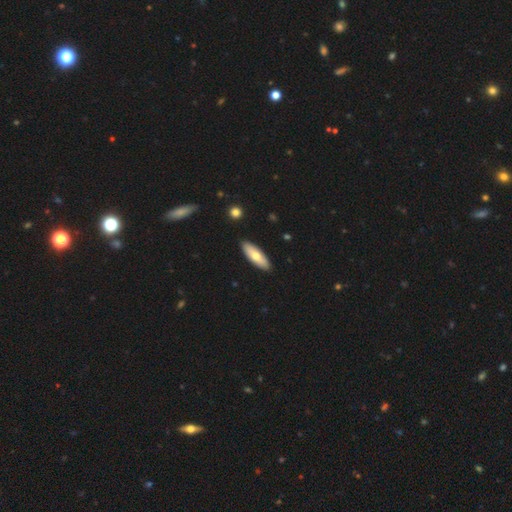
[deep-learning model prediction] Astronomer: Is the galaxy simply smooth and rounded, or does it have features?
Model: smooth — 65%.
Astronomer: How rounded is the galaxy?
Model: in between — 59% (runner-up: cigar-shaped, 39%).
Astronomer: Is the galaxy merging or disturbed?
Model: none — 90%.